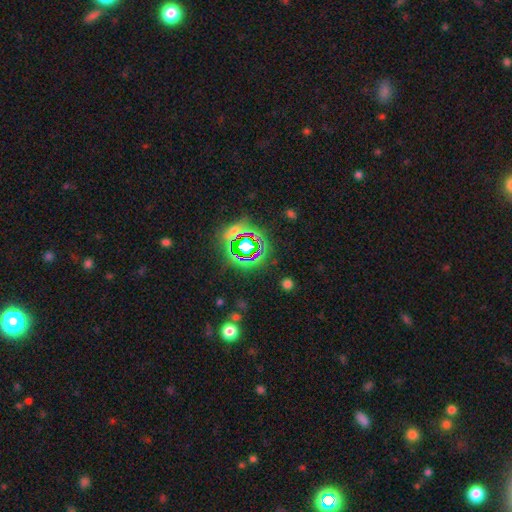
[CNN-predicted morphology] Smooth or featured? star or artifact (66%)